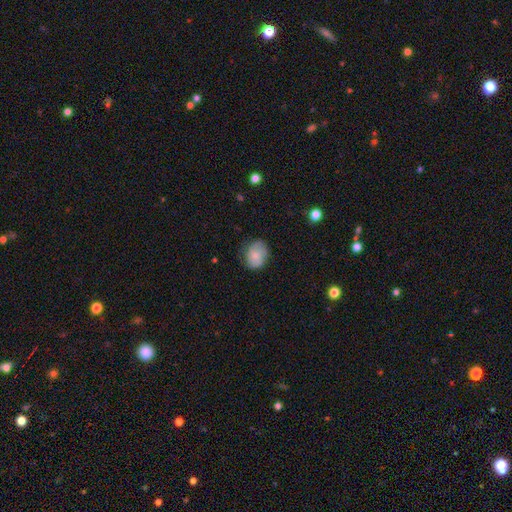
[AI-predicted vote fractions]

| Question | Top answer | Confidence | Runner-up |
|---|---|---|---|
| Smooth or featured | smooth | 76% | featured or disk (17%) |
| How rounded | in between | 51% | round (48%) |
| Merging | none | 70% | minor disturbance (23%) |